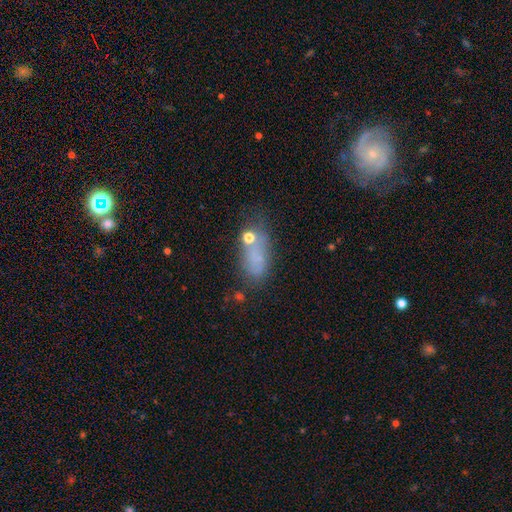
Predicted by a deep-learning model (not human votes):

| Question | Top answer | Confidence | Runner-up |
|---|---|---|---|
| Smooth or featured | smooth | 62% | star or artifact (19%) |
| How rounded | in between | 78% | cigar-shaped (13%) |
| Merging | none | 50% | minor disturbance (23%) |